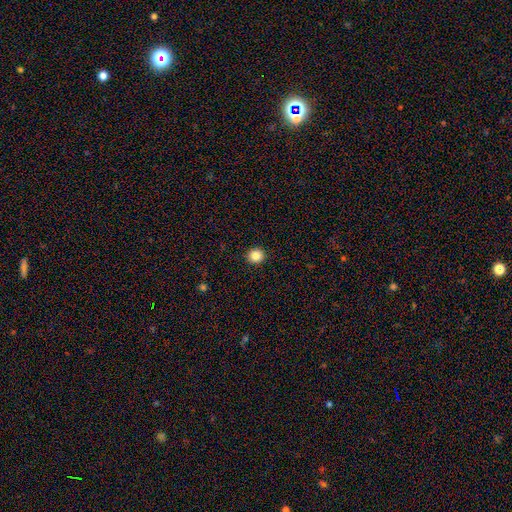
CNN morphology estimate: Smooth or featured: smooth — 84% (star or artifact — 11%)
How rounded: round — 92% (in between — 7%)
Merging: none — 93% (minor disturbance — 4%)